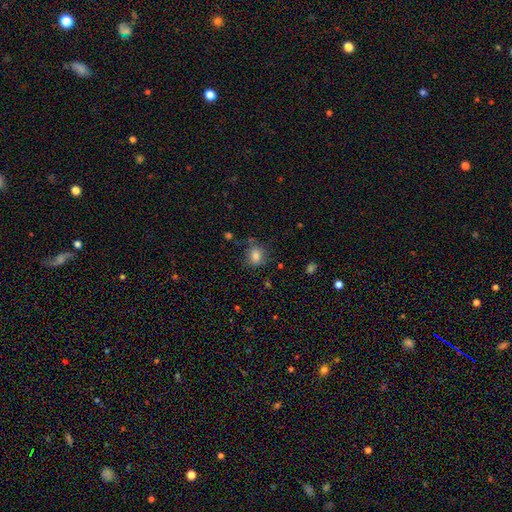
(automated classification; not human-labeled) This is clearly a smooth galaxy (82%). How rounded: likely round (62%). Merging: likely none (74%).